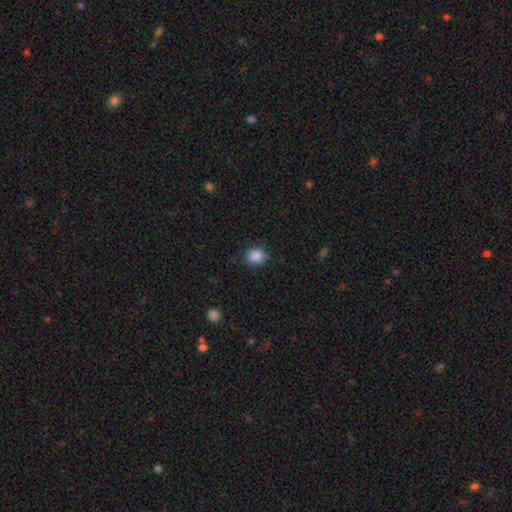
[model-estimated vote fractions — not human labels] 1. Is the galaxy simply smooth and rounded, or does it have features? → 87% smooth, 9% star or artifact, 3% featured or disk.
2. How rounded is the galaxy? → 71% round, 28% in between, 1% cigar-shaped.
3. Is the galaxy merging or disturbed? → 84% none, 12% minor disturbance, 3% major disturbance, 1% merger.